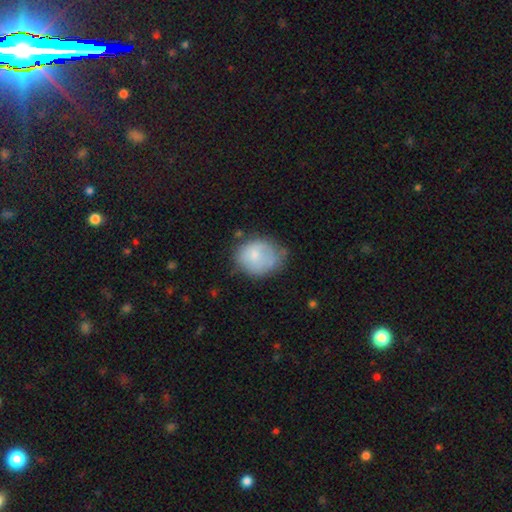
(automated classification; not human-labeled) Overall: smooth (70%). How rounded: round (61%; in between 39%). Merging: none (43%; minor disturbance 35%).